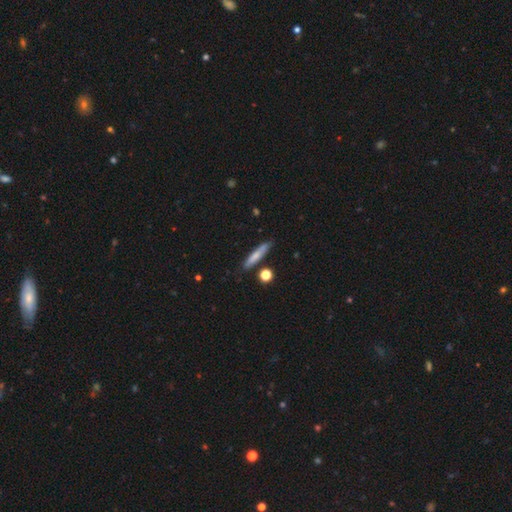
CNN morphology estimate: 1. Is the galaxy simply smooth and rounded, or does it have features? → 67% smooth, 26% featured or disk, 7% star or artifact.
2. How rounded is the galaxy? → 87% cigar-shaped, 10% in between, 3% round.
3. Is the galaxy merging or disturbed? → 81% none, 13% minor disturbance, 4% merger, 3% major disturbance.